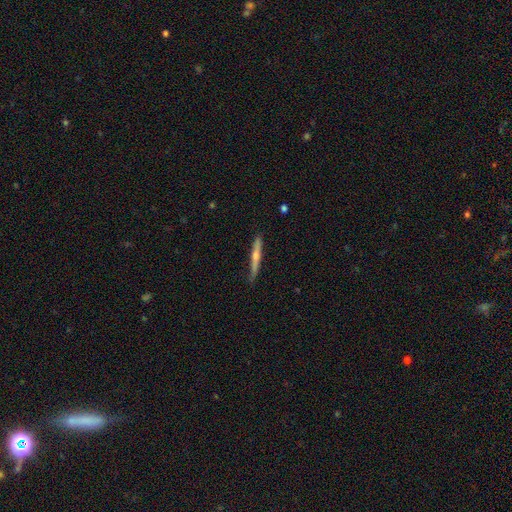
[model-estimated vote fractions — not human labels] Morphology: type=featured or disk (63%); edge-on=yes (95%); edge-on bulge=rounded (73%); merging=none (85%).